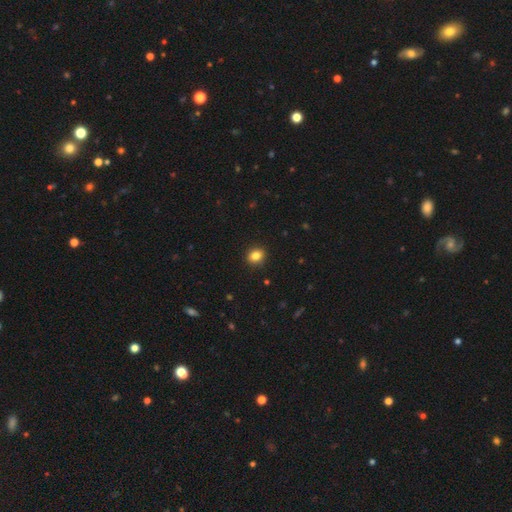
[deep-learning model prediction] smooth_or_featured: smooth (p=0.84) [alt: star or artifact p=0.10]
how_rounded: round (p=0.63) [alt: in between p=0.36]
merging: none (p=0.91) [alt: minor disturbance p=0.06]